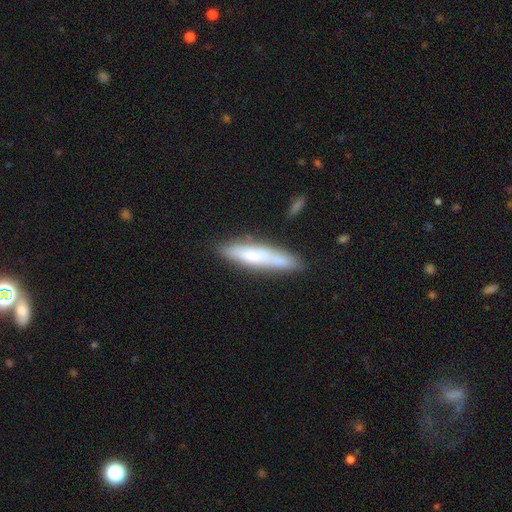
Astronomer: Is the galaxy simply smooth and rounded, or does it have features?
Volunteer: smooth — 62%.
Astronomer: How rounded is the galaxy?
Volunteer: cigar-shaped — 74%.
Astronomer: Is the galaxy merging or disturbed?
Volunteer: none — 58%.